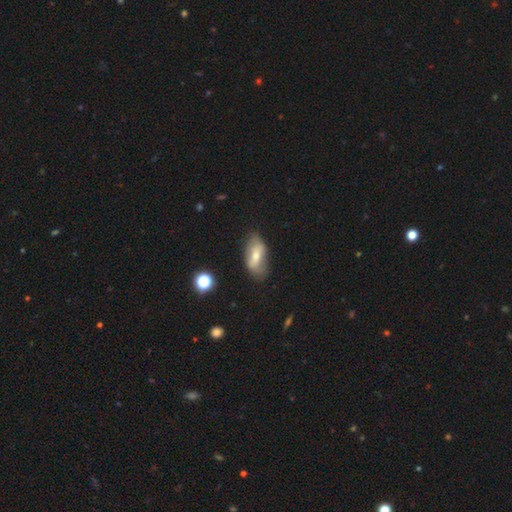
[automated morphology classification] Smooth or featured? Predicted: smooth (p=0.57). How rounded? Predicted: in between (p=0.88). Merging? Predicted: none (p=0.65).